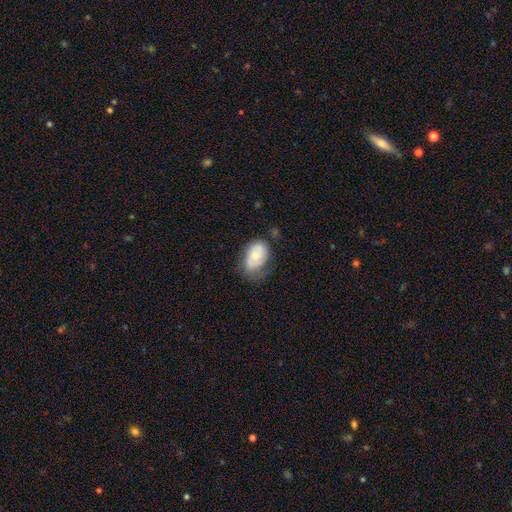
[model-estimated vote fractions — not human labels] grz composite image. It shows a smooth galaxy with no disk features (60%) that is in between round and cigar-shaped (88%). Merging: none (50%).